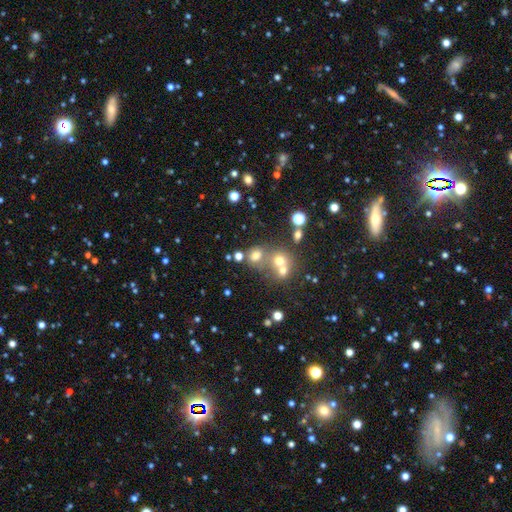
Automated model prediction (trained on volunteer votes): Overall: smooth (63%). How rounded: round (70%). Merging: none (47%; merger 38%).